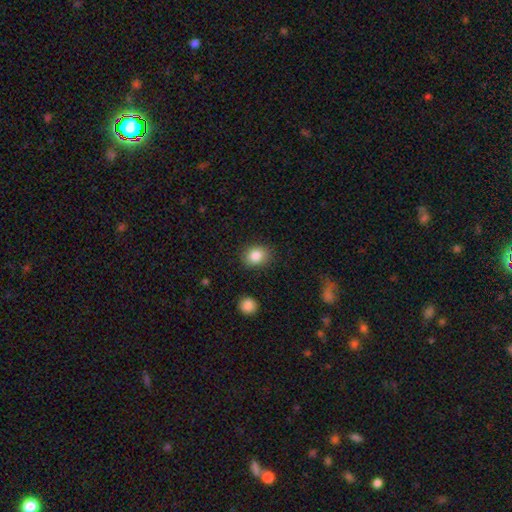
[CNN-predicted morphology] Q: Smooth or featured?
A: smooth (86%); runner-up: star or artifact (9%)
Q: How rounded?
A: round (51%); runner-up: in between (48%)
Q: Merging?
A: none (85%); runner-up: minor disturbance (10%)